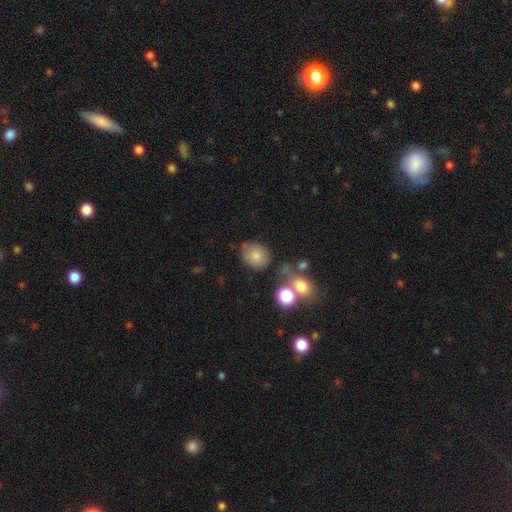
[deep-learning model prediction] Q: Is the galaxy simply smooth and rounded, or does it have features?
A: smooth — 78%.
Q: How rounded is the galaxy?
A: round — 67%.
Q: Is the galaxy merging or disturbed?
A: none — 66%.